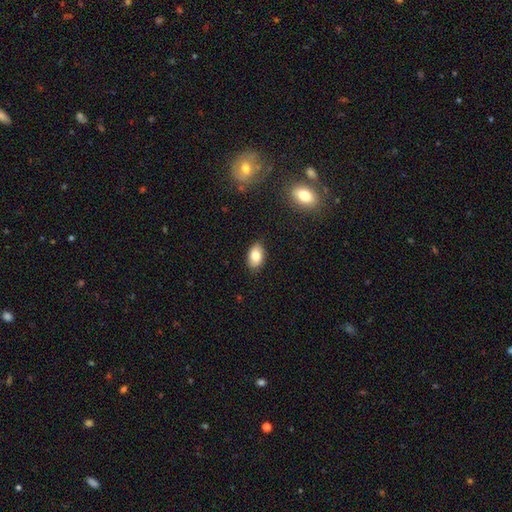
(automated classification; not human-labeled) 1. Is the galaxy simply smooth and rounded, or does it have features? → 80% smooth, 11% featured or disk, 8% star or artifact.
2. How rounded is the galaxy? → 89% in between, 10% round, 1% cigar-shaped.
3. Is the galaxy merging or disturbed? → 86% none, 11% minor disturbance, 2% major disturbance, 1% merger.